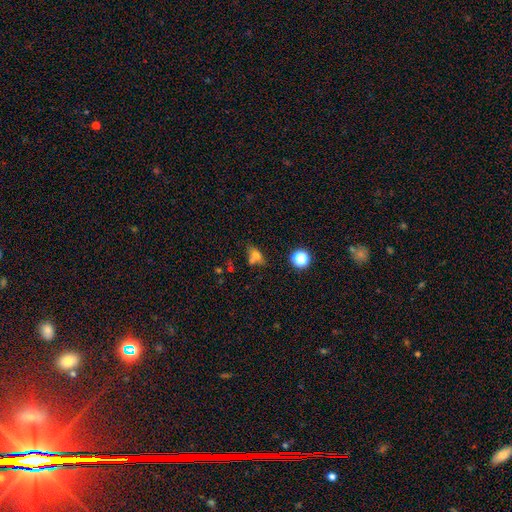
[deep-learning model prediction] Q: Smooth or featured?
A: smooth (66%); runner-up: featured or disk (19%)
Q: How rounded?
A: in between (63%); runner-up: round (28%)
Q: Merging?
A: none (49%); runner-up: merger (29%)